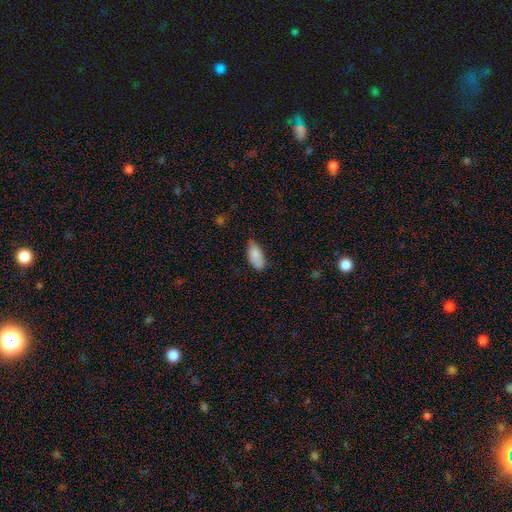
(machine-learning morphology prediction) A smooth galaxy with no disk features (86%) that is in between round and cigar-shaped (91%).

Vote fractions:
- Smooth or featured? smooth: 86% / featured or disk: 7% / star or artifact: 6%
- How rounded? in between: 91% / cigar-shaped: 7% / round: 2%
- Merging? none: 66% / minor disturbance: 28% / major disturbance: 5% / merger: 1%